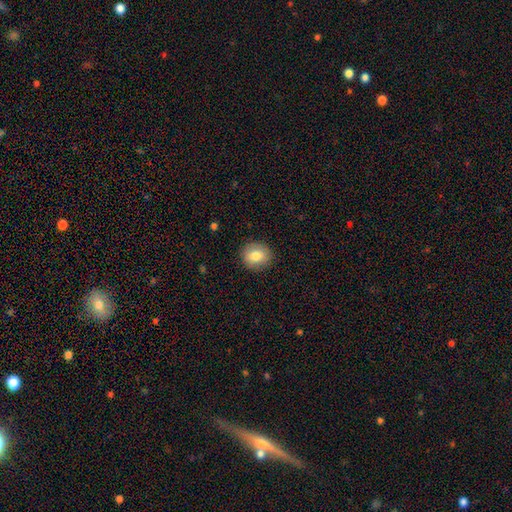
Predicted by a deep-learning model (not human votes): Overall: smooth (81%). How rounded: round (76%). Merging: none (89%).